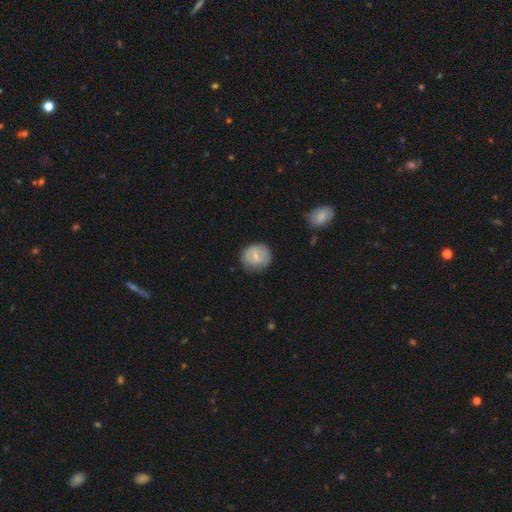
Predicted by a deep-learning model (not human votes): smooth_or_featured: smooth (p=0.63) [alt: featured or disk p=0.30]
how_rounded: round (p=0.76) [alt: in between p=0.23]
merging: none (p=0.75) [alt: minor disturbance p=0.19]